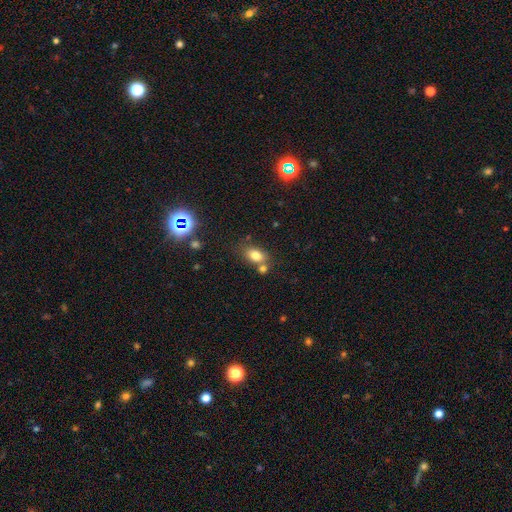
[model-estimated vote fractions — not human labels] smooth 77%, star or artifact 13%, featured or disk 10%. Down the decision tree: how rounded — in between (74%); merging — none (58%).